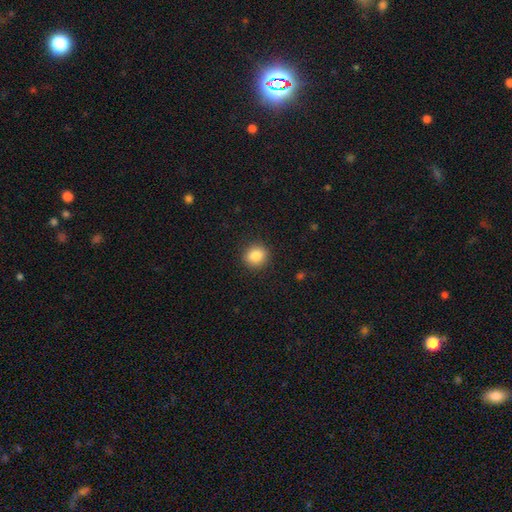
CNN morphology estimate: A smooth galaxy with no disk features (85%) that is round (85%).

Vote fractions:
- Smooth or featured? smooth: 85% / star or artifact: 10% / featured or disk: 6%
- How rounded? round: 85% / in between: 15% / cigar-shaped: 1%
- Merging? none: 91% / minor disturbance: 6% / major disturbance: 2% / merger: 1%